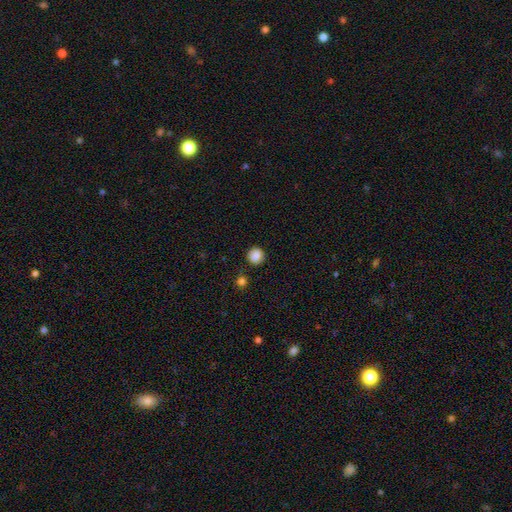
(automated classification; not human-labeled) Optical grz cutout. It shows a smooth galaxy with no disk features (86%) that is round (89%). Merging: none (85%).